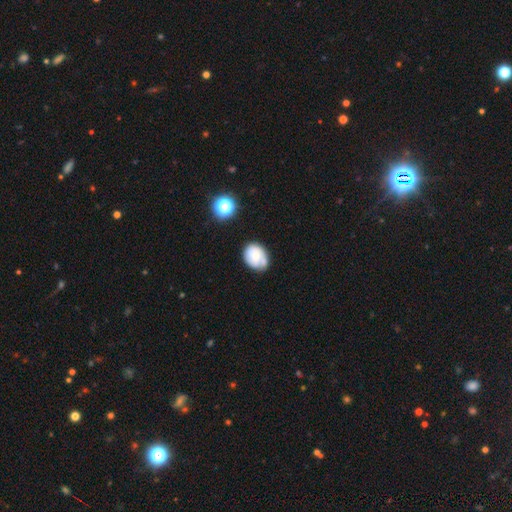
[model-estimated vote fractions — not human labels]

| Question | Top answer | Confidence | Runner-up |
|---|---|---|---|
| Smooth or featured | smooth | 57% | featured or disk (34%) |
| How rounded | in between | 56% | round (43%) |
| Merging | none | 54% | minor disturbance (28%) |